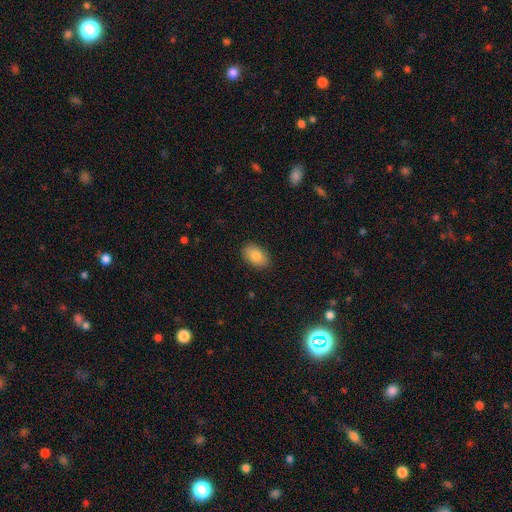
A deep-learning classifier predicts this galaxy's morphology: Smooth or featured: smooth — 83% (featured or disk — 10%)
How rounded: in between — 89% (round — 10%)
Merging: none — 88% (minor disturbance — 9%)